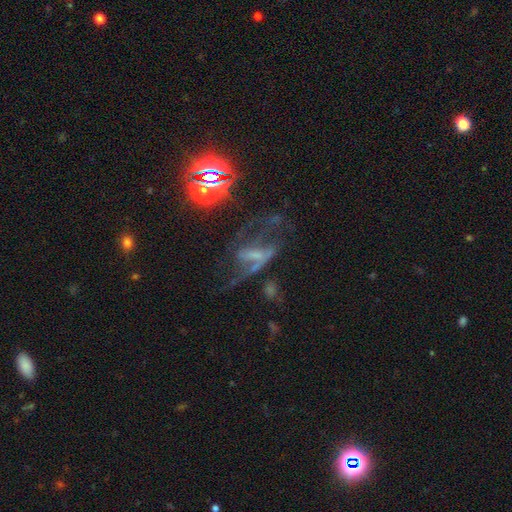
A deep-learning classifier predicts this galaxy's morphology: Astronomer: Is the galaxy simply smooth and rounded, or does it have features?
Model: featured or disk — 63%.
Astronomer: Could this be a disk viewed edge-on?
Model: no — 94%.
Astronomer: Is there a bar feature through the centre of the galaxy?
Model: strong — 36% (runner-up: weak, 33%).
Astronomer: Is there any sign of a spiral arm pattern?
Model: yes — 71%.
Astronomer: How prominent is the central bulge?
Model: none — 45% (runner-up: small, 30%).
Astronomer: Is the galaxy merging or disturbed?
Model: major disturbance — 43% (runner-up: none, 32%).